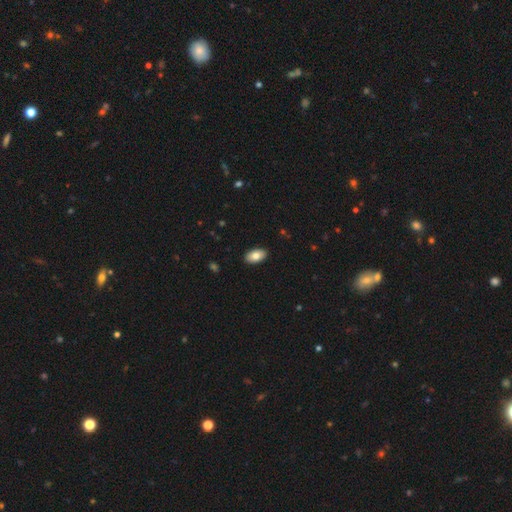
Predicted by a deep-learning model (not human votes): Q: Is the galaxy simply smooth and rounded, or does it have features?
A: smooth — 81%.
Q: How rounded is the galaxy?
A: in between — 94%.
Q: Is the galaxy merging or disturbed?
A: none — 90%.